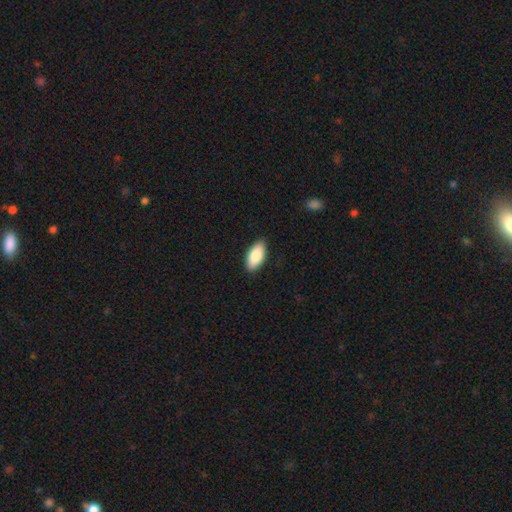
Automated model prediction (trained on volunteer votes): Q: Smooth or featured?
A: smooth (86%); runner-up: featured or disk (8%)
Q: How rounded?
A: in between (91%); runner-up: cigar-shaped (7%)
Q: Merging?
A: none (89%); runner-up: minor disturbance (8%)